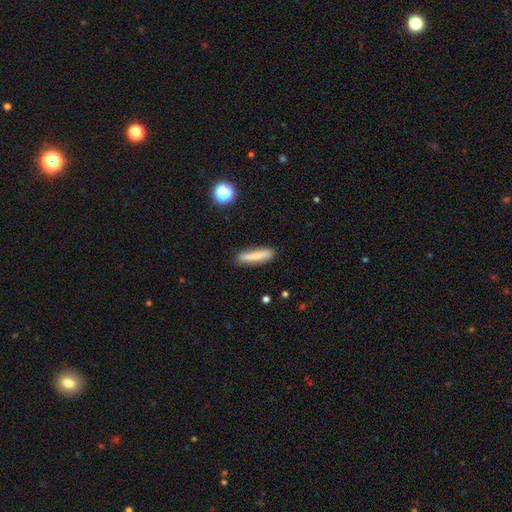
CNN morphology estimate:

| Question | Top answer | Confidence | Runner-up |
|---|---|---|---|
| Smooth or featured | smooth | 69% | featured or disk (24%) |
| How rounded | cigar-shaped | 81% | in between (17%) |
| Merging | none | 86% | minor disturbance (10%) |